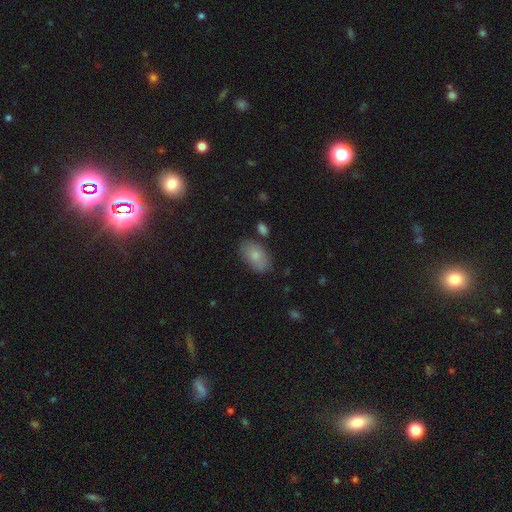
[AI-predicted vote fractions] smooth_or_featured: smooth (p=0.79) [alt: featured or disk p=0.14]
how_rounded: in between (p=0.92) [alt: round p=0.06]
merging: none (p=0.76) [alt: minor disturbance p=0.16]